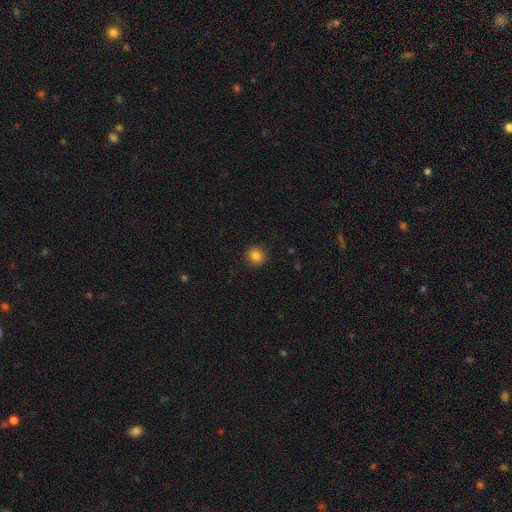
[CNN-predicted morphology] The model was most divided on "smooth or featured": smooth: 84%, star or artifact: 11%, featured or disk: 5%. More confident: merging — none (90%); how rounded — round (89%).